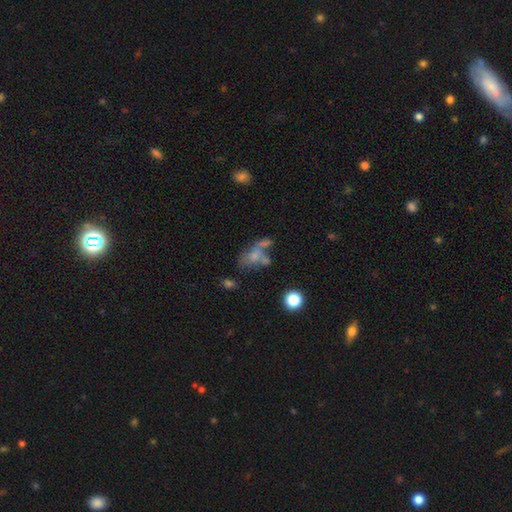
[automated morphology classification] type=smooth (52%); roundness=in between (78%); merging=merger (37%).